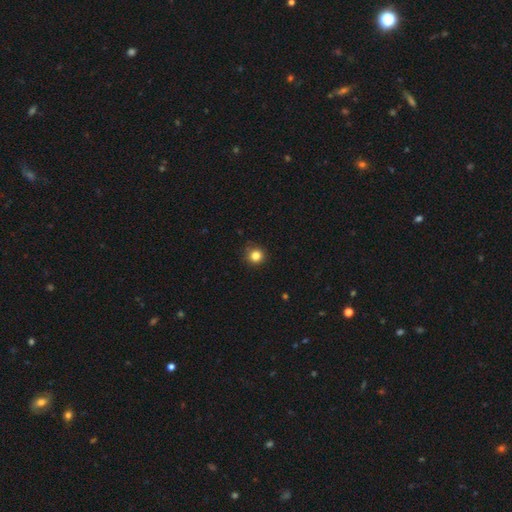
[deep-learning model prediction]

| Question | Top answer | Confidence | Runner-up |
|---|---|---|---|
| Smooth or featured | smooth | 83% | star or artifact (12%) |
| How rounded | round | 93% | in between (6%) |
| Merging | none | 87% | minor disturbance (9%) |